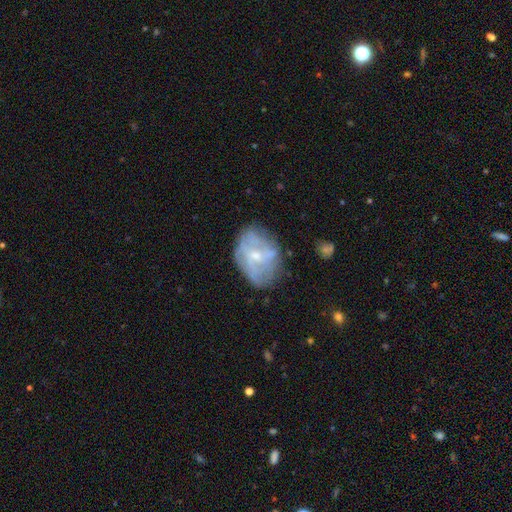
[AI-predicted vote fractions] This is possibly a featured or disk galaxy (57%). It is clearly not viewed edge-on (96%). Bar: likely no (60%). Spiral arm pattern: possibly no (58%). Central bulge: likely small (62%). Merging: likely none (61%).